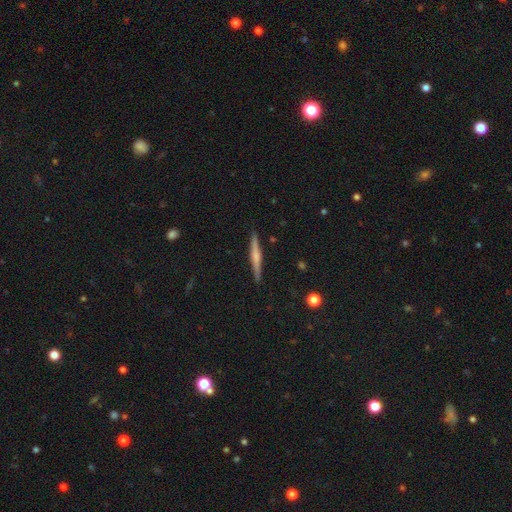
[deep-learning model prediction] A featured or disk galaxy (60%) viewed edge-on (98%) with a rounded central bulge (58%).

Vote fractions:
- Smooth or featured? featured or disk: 60% / smooth: 33% / star or artifact: 7%
- Edge-on disk? yes: 98% / no: 2%
- Edge-on bulge? rounded: 58% / none: 25% / boxy: 17%
- Merging? none: 91% / minor disturbance: 6% / major disturbance: 1% / merger: 1%